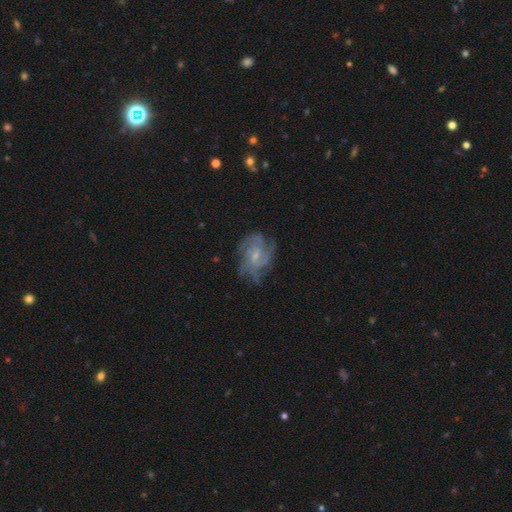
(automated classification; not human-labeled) Morphology: type=featured or disk (83%); edge-on=no (98%); bar=no (47%); spiral arms=yes (95%); winding=tight (44%); arm count=4 (28%); bulge=small (62%); merging=none (69%).